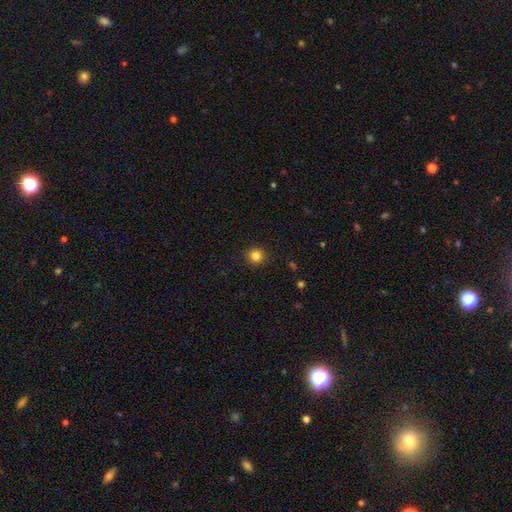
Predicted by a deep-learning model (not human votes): This appears to be a smooth galaxy with no disk features (83%) that is round (94%). Merging: none (92%).